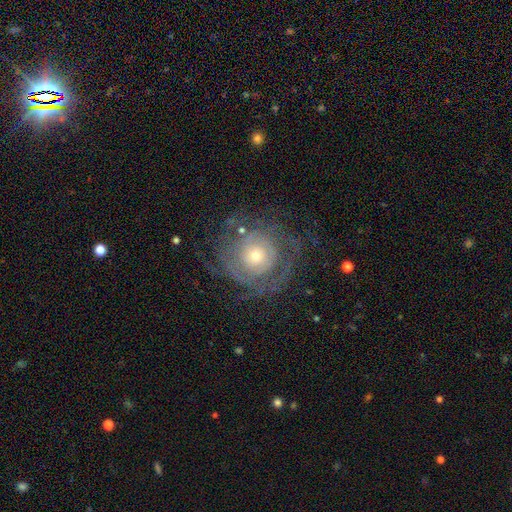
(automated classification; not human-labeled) This appears to be a featured or disk galaxy (72%) with no bar (84%), tight (69%) spiral arms (79%) and a small central bulge (54%). Merging: none (69%).